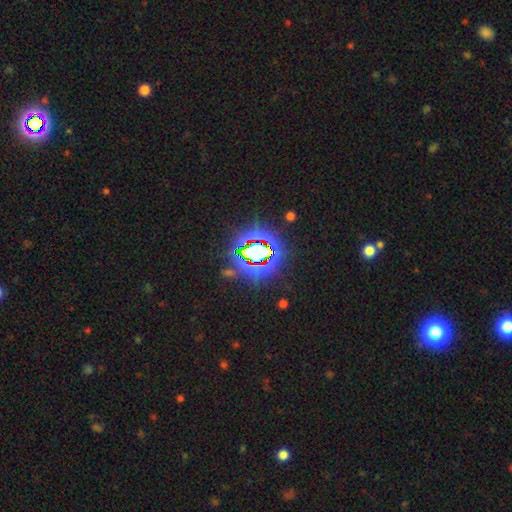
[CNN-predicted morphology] Q: Smooth or featured?
A: star or artifact (83%); runner-up: smooth (9%)